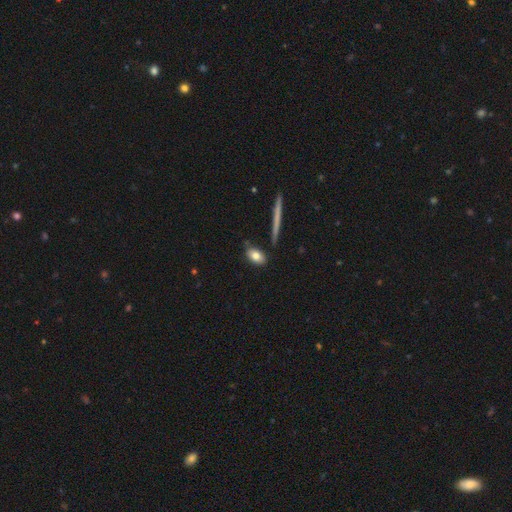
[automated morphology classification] smooth 78%, featured or disk 15%, star or artifact 7%. Down the decision tree: how rounded — in between (83%); merging — none (78%).